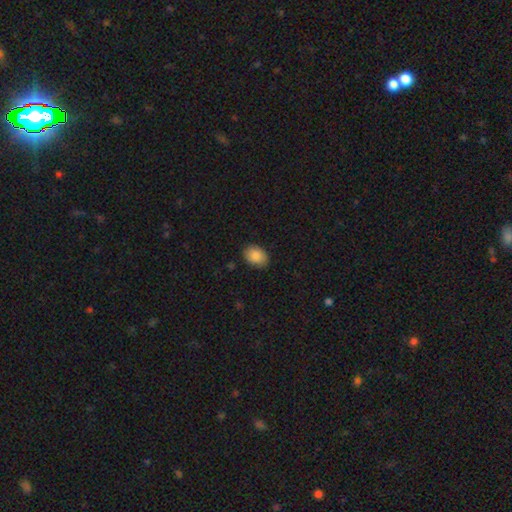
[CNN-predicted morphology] A smooth galaxy with no disk features (88%) that is in between round and cigar-shaped (72%).

Vote fractions:
- Smooth or featured? smooth: 88% / star or artifact: 7% / featured or disk: 5%
- How rounded? in between: 72% / round: 27% / cigar-shaped: 1%
- Merging? none: 85% / minor disturbance: 11% / major disturbance: 2% / merger: 1%